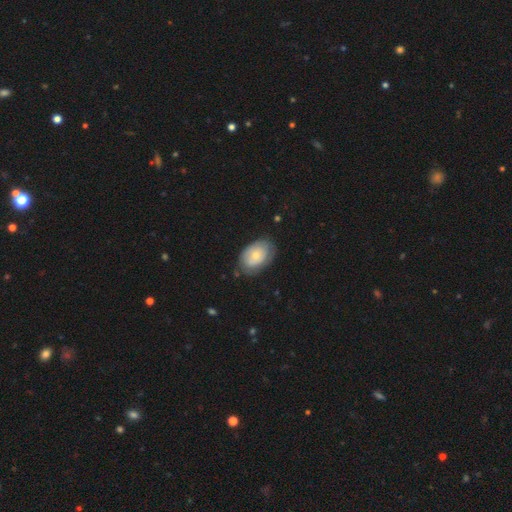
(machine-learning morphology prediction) A smooth galaxy with no disk features (57%) that is in between round and cigar-shaped (85%). Merging: none (71%).